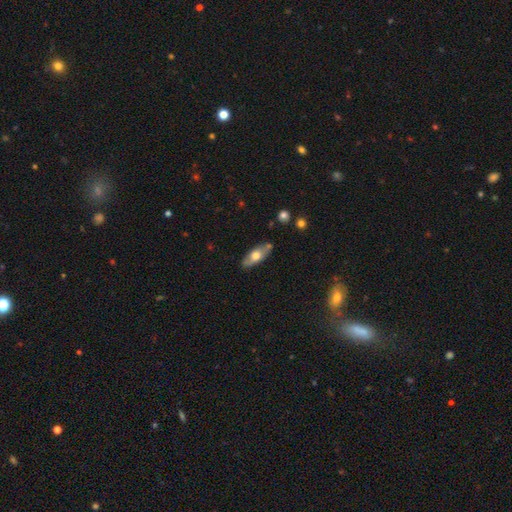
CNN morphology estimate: A smooth galaxy with no disk features (57%) that is in between round and cigar-shaped (74%). Merging: none (78%).